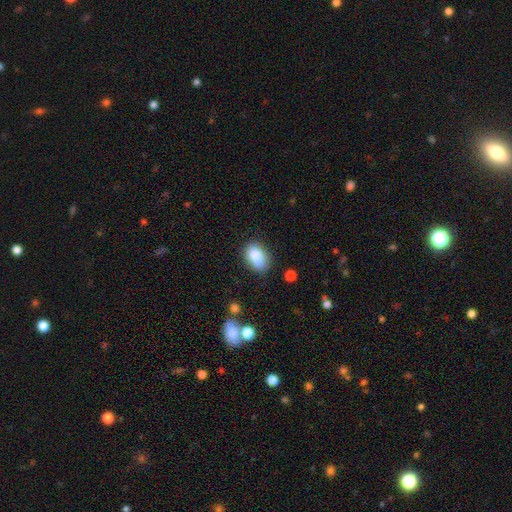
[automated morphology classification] A smooth galaxy with no disk features (85%) that is in between round and cigar-shaped (86%). Merging: none (73%).